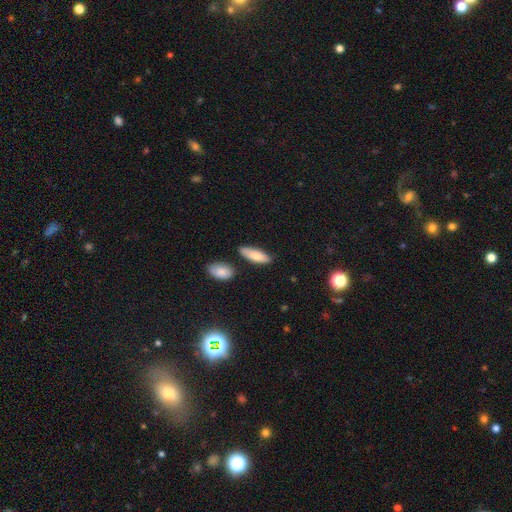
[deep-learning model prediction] A smooth galaxy with no disk features (80%) that is in between round and cigar-shaped (65%).

Vote fractions:
- Smooth or featured? smooth: 80% / featured or disk: 13% / star or artifact: 6%
- How rounded? in between: 65% / cigar-shaped: 33% / round: 2%
- Merging? none: 75% / minor disturbance: 15% / merger: 6% / major disturbance: 3%